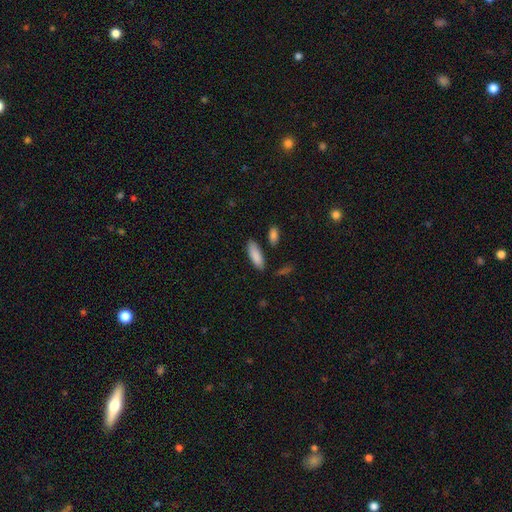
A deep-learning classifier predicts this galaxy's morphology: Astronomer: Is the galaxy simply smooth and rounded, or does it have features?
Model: smooth — 88%.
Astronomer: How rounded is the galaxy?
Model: in between — 61% (runner-up: cigar-shaped, 37%).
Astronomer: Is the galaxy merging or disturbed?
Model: none — 81%.